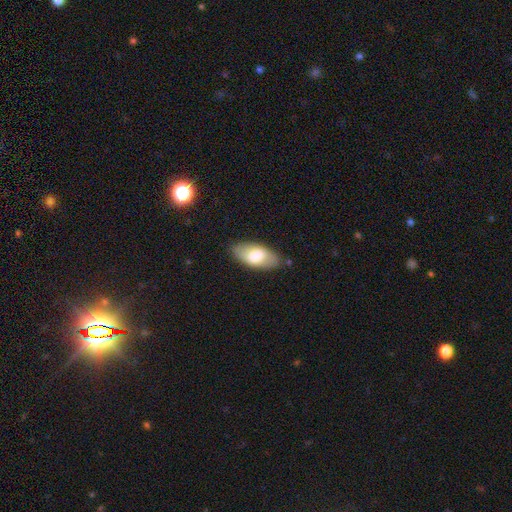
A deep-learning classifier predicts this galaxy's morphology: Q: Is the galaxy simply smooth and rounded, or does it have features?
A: smooth — 69%.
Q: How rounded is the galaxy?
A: in between — 91%.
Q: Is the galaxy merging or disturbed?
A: none — 82%.